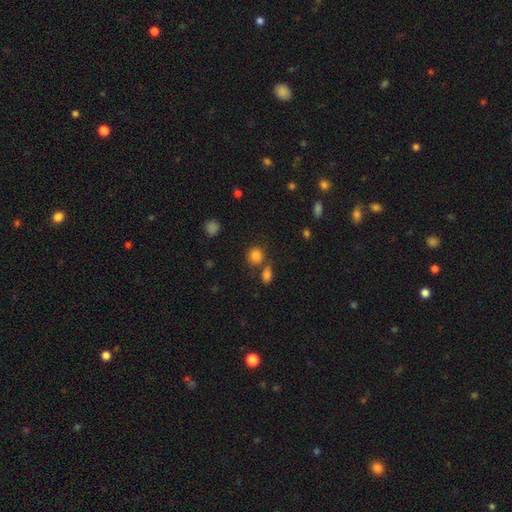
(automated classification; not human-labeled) The model was most divided on "merging": none: 66%, merger: 19%, minor disturbance: 11%, major disturbance: 4%. More confident: smooth or featured — smooth (83%); how rounded — round (79%).